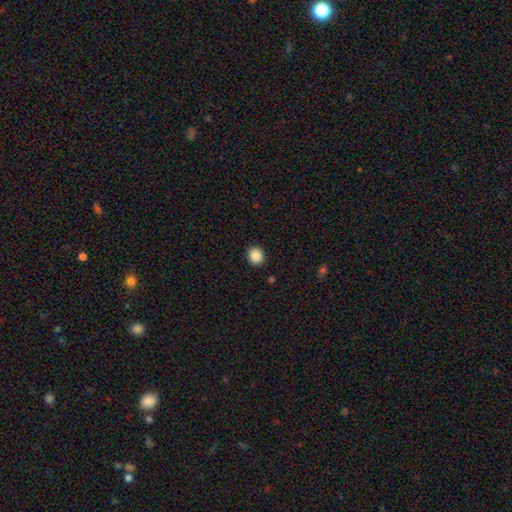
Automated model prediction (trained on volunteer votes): A smooth galaxy with no disk features (87%) that is round (73%). Merging: none (91%).